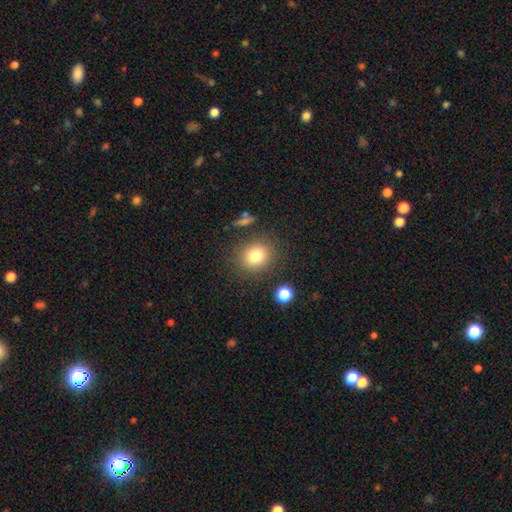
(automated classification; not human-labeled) Smooth or featured? smooth (80%)
How rounded? round (77%)
Merging? none (83%)